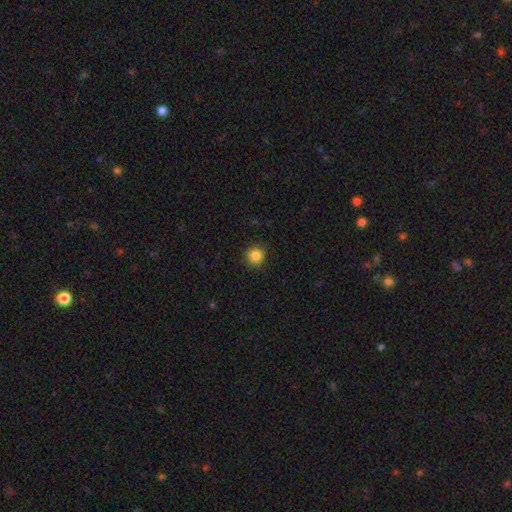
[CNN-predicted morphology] smooth_or_featured: smooth (p=0.85) [alt: star or artifact p=0.11]
how_rounded: round (p=0.94) [alt: in between p=0.05]
merging: none (p=0.89) [alt: minor disturbance p=0.08]